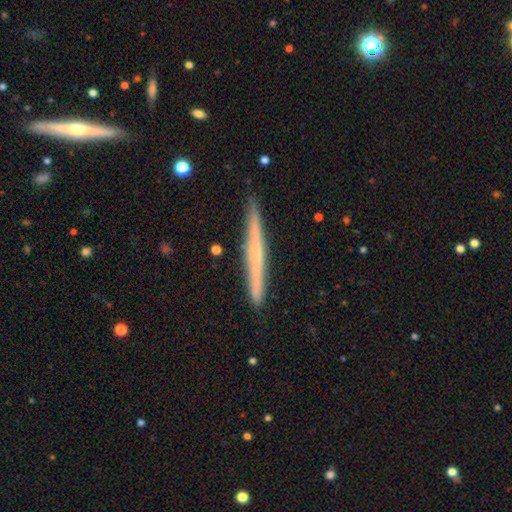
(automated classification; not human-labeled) featured or disk 53%, smooth 40%, star or artifact 6%. Down the decision tree: edge-on disk — yes (97%); edge-on bulge — none (77%); merging — none (89%).